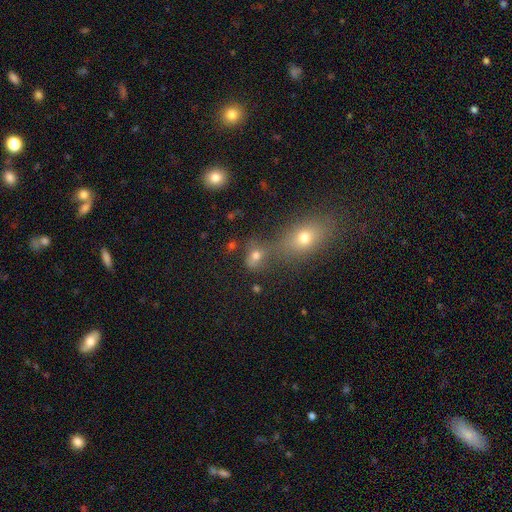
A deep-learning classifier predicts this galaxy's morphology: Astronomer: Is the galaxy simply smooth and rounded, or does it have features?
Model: smooth — 59%.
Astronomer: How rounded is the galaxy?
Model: in between — 54% (runner-up: round, 39%).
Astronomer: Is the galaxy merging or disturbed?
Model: none — 63%.